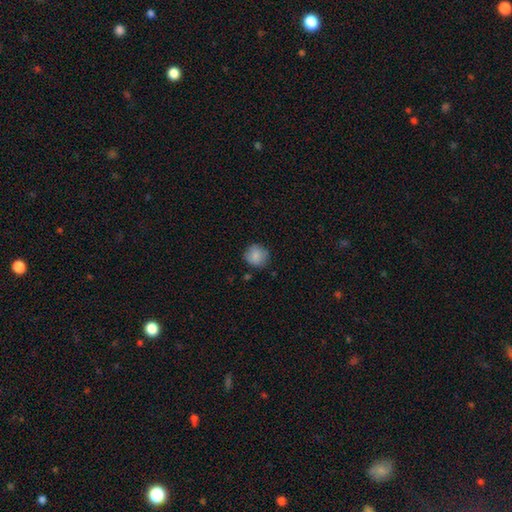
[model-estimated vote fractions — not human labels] Smooth or featured? Predicted: smooth (p=0.86). How rounded? Predicted: round (p=0.88). Merging? Predicted: none (p=0.82).